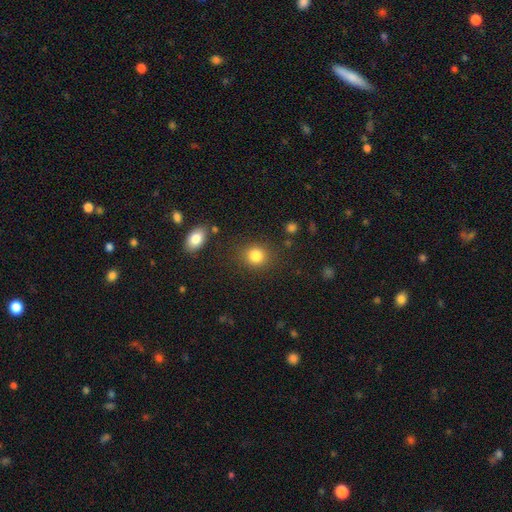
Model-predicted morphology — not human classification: Overall: smooth (84%). How rounded: round (78%). Merging: none (83%).